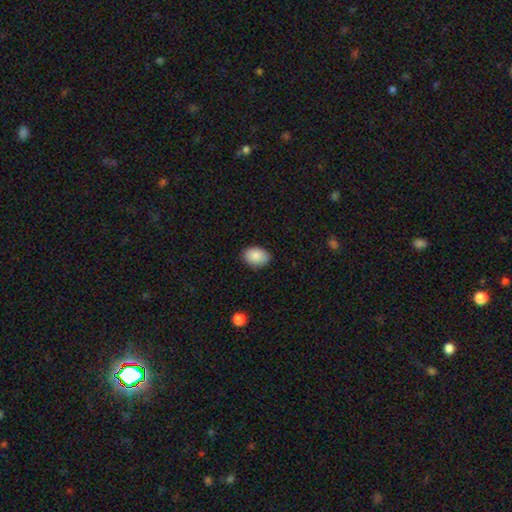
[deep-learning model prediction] Smooth or featured? Predicted: smooth (p=0.88). How rounded? Predicted: in between (p=0.74). Merging? Predicted: none (p=0.85).